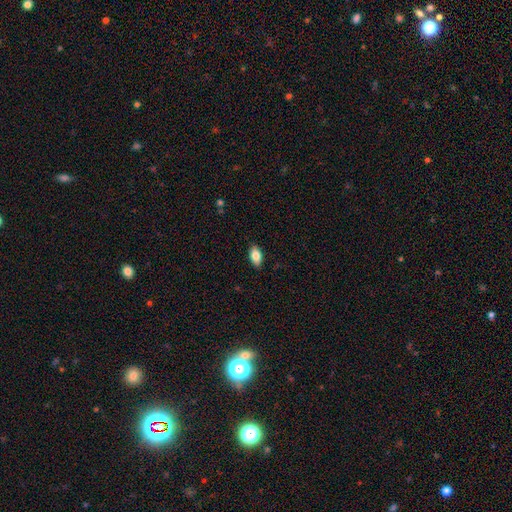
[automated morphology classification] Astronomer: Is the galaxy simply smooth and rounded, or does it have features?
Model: smooth — 83%.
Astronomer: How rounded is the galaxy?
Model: in between — 92%.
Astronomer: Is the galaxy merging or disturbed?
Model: none — 88%.